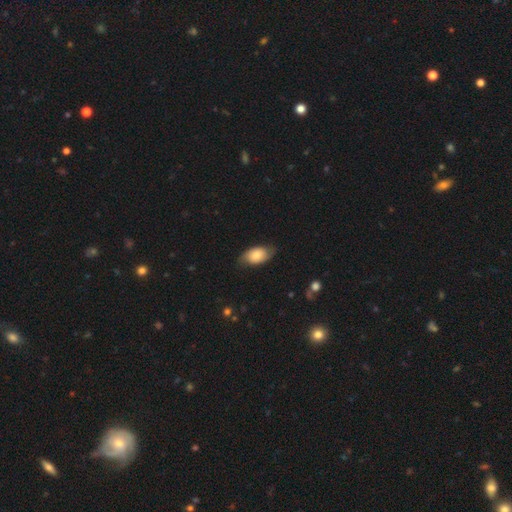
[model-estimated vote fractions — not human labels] This is likely a smooth galaxy (68%). How rounded: clearly in between (92%). Merging: likely none (72%).